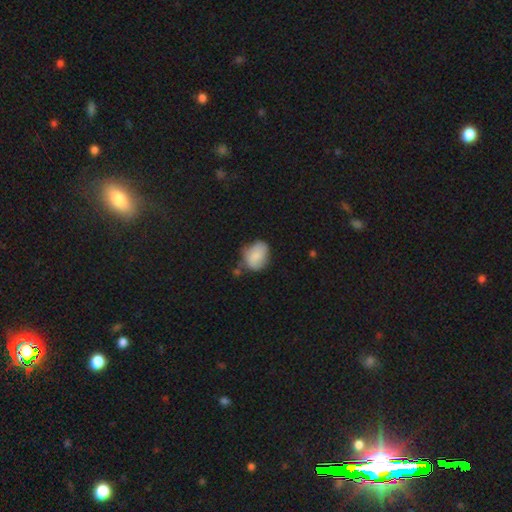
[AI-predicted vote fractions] Overall: smooth (76%). How rounded: in between (62%; round 37%). Merging: none (51%; minor disturbance 34%).